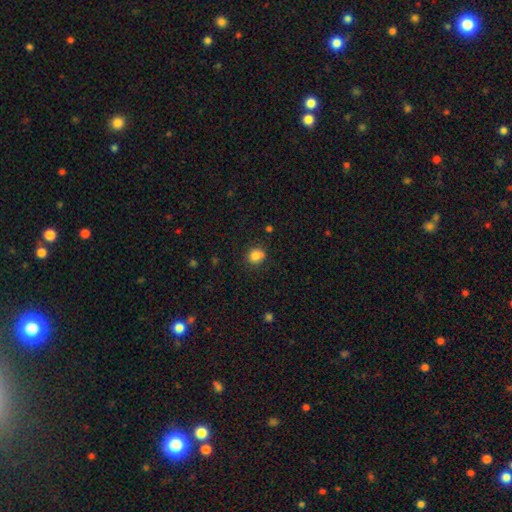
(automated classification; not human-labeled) Smooth or featured? smooth (81%)
How rounded? round (76%)
Merging? none (70%)